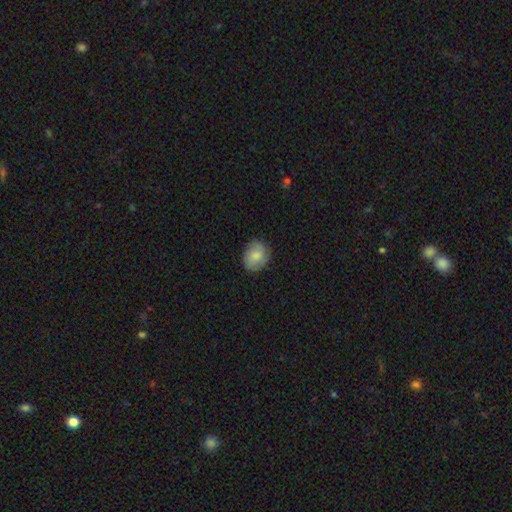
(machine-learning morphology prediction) type=smooth (76%); roundness=round (56%); merging=none (82%).